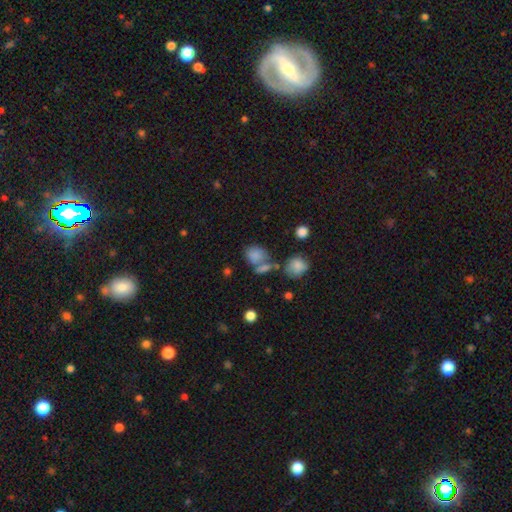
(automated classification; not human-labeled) Smooth or featured? smooth (79%)
How rounded? round (52%)
Merging? none (41%)